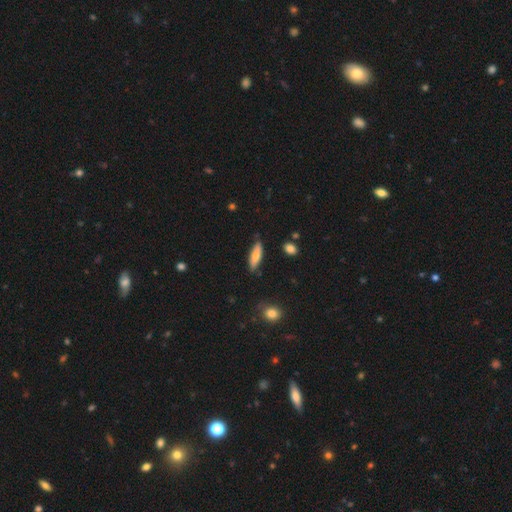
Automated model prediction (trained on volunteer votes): smooth-or-featured: smooth: 70% | featured or disk: 24% | star or artifact: 6%
  how-rounded: cigar-shaped: 53% | in between: 45% | round: 2%
  merging: none: 79% | minor disturbance: 16% | major disturbance: 3% | merger: 2%